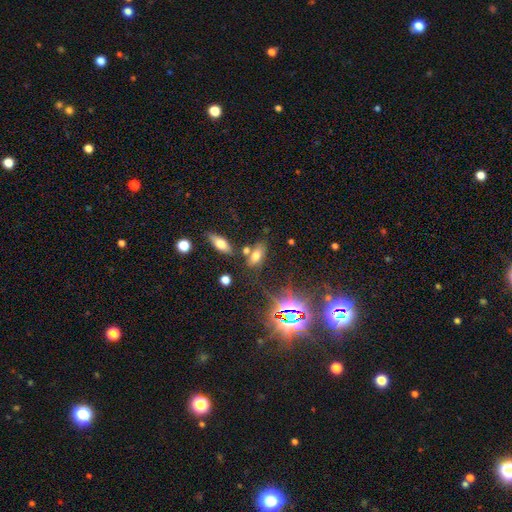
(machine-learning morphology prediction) This appears to be a smooth galaxy with no disk features (65%) that is in between round and cigar-shaped (84%). Merging: none (62%).